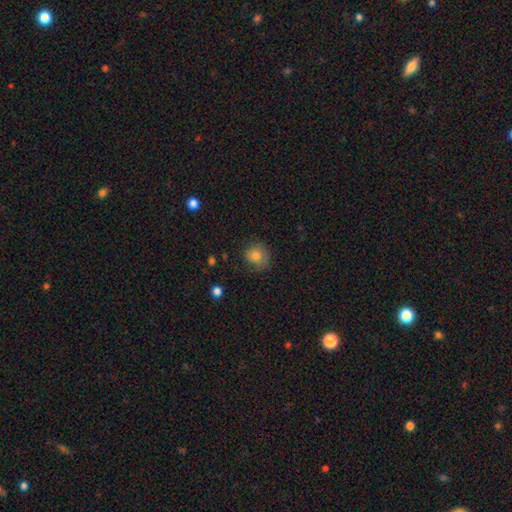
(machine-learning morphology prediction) This appears to be a smooth galaxy with no disk features (80%) that is round (83%). Merging: none (74%).